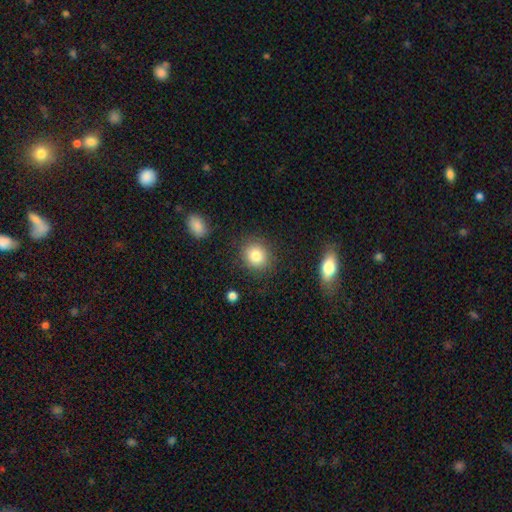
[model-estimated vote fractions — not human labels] A smooth galaxy with no disk features (83%) that is round (76%). Merging: none (85%).